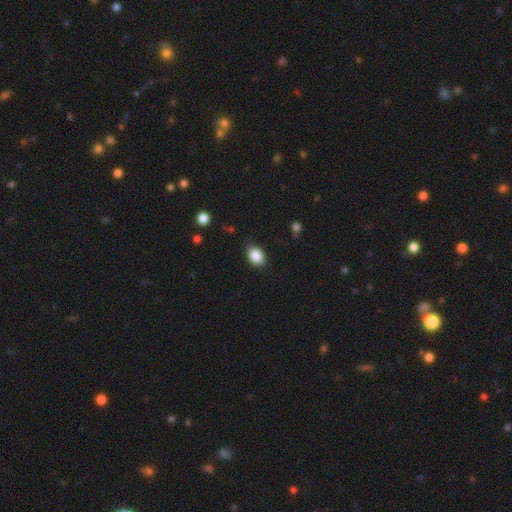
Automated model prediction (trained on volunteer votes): A smooth galaxy with no disk features (88%) that is in between round and cigar-shaped (78%).

Vote fractions:
- Smooth or featured? smooth: 88% / star or artifact: 8% / featured or disk: 4%
- How rounded? in between: 78% / round: 21% / cigar-shaped: 1%
- Merging? none: 84% / minor disturbance: 12% / major disturbance: 3% / merger: 1%